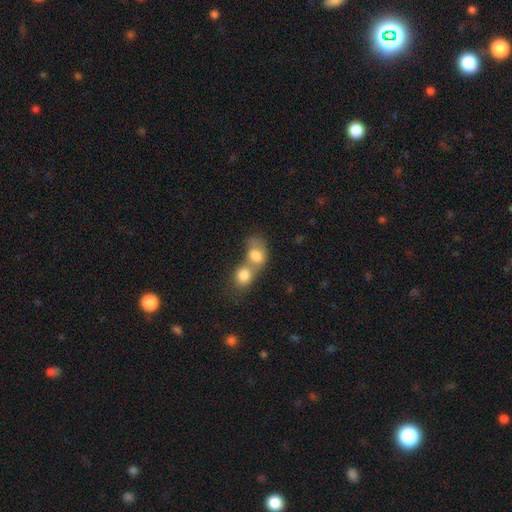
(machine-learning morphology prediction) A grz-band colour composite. It shows a smooth galaxy with no disk features (77%) that is in between round and cigar-shaped (60%). Merging: merger (76%).